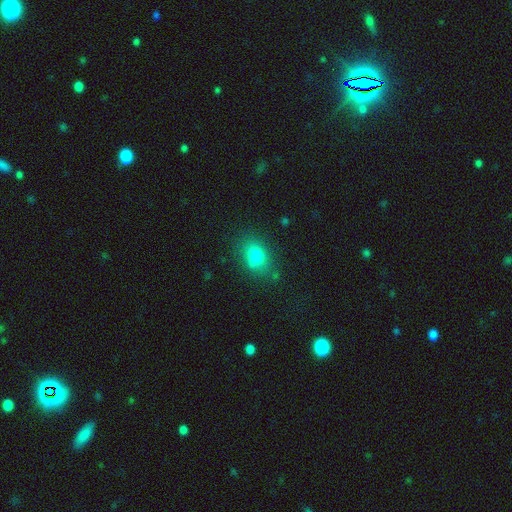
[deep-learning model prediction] Q: Smooth or featured?
A: smooth (77%); runner-up: star or artifact (12%)
Q: How rounded?
A: in between (67%); runner-up: round (31%)
Q: Merging?
A: none (61%); runner-up: minor disturbance (20%)